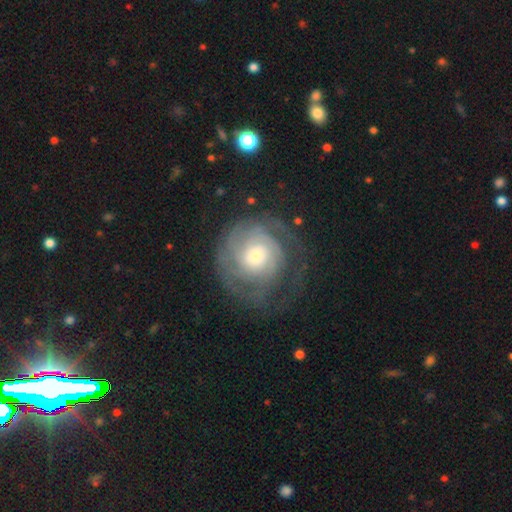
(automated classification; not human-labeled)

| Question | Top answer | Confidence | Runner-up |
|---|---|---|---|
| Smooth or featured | featured or disk | 80% | smooth (14%) |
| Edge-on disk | no | 98% | yes (2%) |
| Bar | no | 77% | weak (19%) |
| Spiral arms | yes | 93% | no (7%) |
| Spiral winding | tight | 73% | medium (21%) |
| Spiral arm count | can't tell | 37% | 2 (27%) |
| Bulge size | small | 48% | moderate (39%) |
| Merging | none | 67% | major disturbance (16%) |